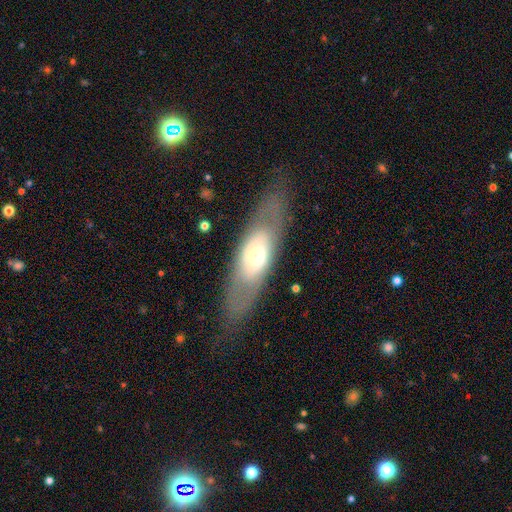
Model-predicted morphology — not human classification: Smooth or featured: featured or disk — 51% (smooth — 42%)
Edge-on disk: no — 66% (yes — 34%)
Merging: none — 77% (minor disturbance — 14%)